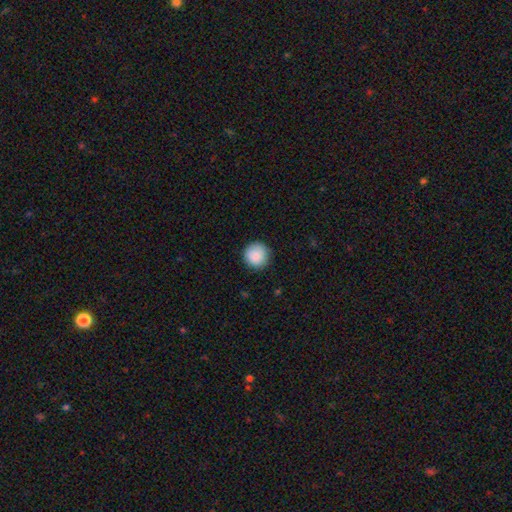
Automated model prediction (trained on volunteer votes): smooth_or_featured: smooth (p=0.88) [alt: star or artifact p=0.08]
how_rounded: round (p=0.95) [alt: in between p=0.04]
merging: none (p=0.88) [alt: minor disturbance p=0.09]